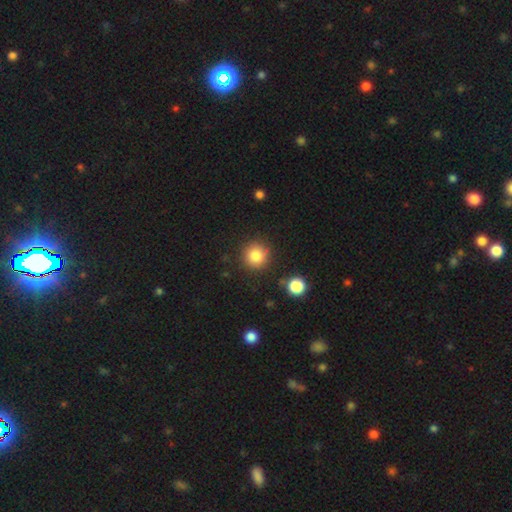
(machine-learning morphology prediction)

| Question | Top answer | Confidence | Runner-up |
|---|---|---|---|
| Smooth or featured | smooth | 83% | star or artifact (11%) |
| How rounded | round | 93% | in between (7%) |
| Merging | none | 86% | minor disturbance (9%) |